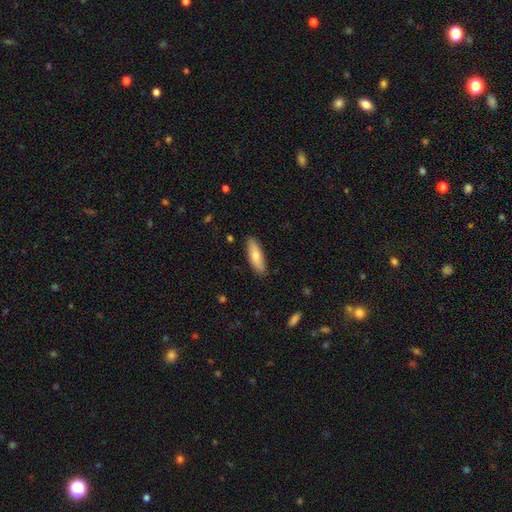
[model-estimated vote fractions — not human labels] Smooth or featured?
  - smooth: 74% *
  - featured or disk: 21%
  - star or artifact: 6%
How rounded?
  - in between: 52% *
  - cigar-shaped: 46%
  - round: 2%
Merging?
  - none: 86% *
  - minor disturbance: 11%
  - major disturbance: 2%
  - merger: 1%